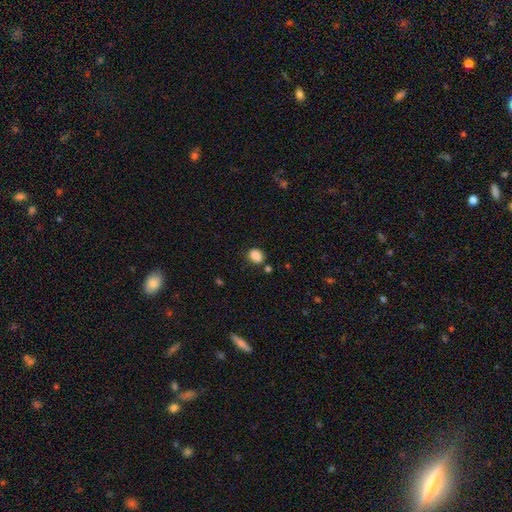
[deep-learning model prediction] A smooth galaxy with no disk features (86%) that is in between round and cigar-shaped (57%).

Vote fractions:
- Smooth or featured? smooth: 86% / star or artifact: 10% / featured or disk: 4%
- How rounded? in between: 57% / round: 42% / cigar-shaped: 1%
- Merging? none: 70% / minor disturbance: 18% / merger: 7% / major disturbance: 5%